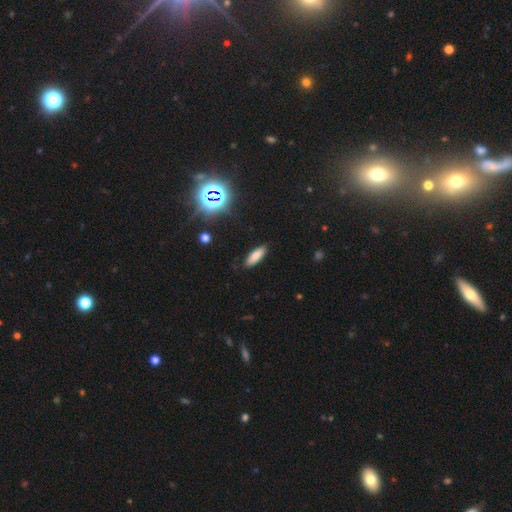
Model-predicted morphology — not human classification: Overall: smooth (79%). How rounded: in between (59%; cigar-shaped 39%). Merging: none (88%).